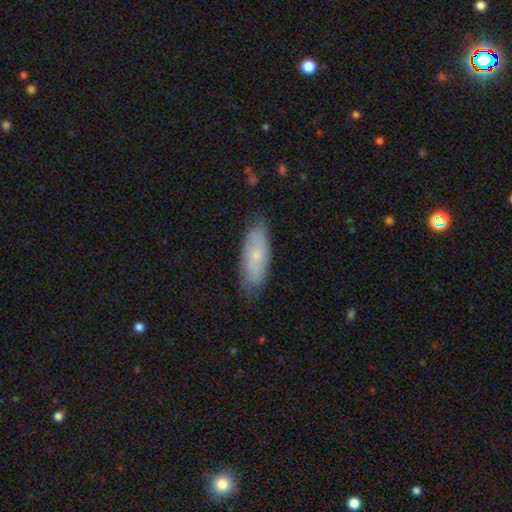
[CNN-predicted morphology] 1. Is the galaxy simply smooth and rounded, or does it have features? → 56% smooth, 38% featured or disk, 6% star or artifact.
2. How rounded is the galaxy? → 67% in between, 31% cigar-shaped, 2% round.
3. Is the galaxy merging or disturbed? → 75% none, 20% minor disturbance, 4% major disturbance, 1% merger.